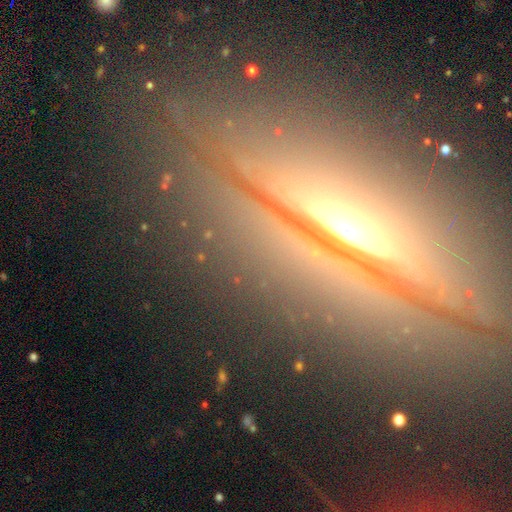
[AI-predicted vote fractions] Smooth or featured?
  - featured or disk: 67% *
  - star or artifact: 18%
  - smooth: 16%
Edge-on disk?
  - yes: 85% *
  - no: 15%
Edge-on bulge?
  - rounded: 87% *
  - boxy: 7%
  - none: 6%
Merging?
  - none: 83% *
  - minor disturbance: 10%
  - major disturbance: 6%
  - merger: 2%